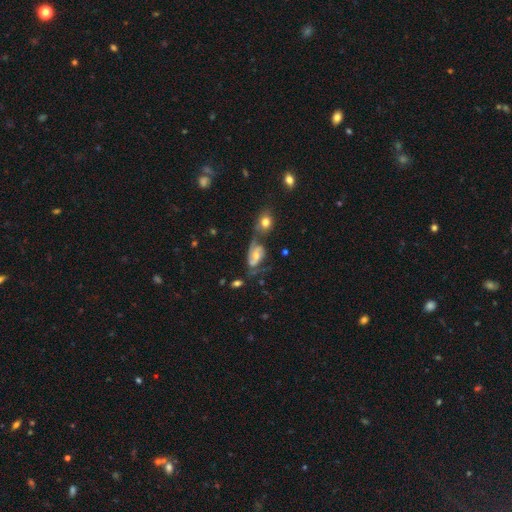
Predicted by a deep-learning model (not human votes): Morphology: type=featured or disk (72%); edge-on=no (96%); bar=no (47%); spiral arms=yes (88%); winding=medium (46%); arm count=2 (77%); bulge=moderate (53%); merging=none (31%, tied with merger).